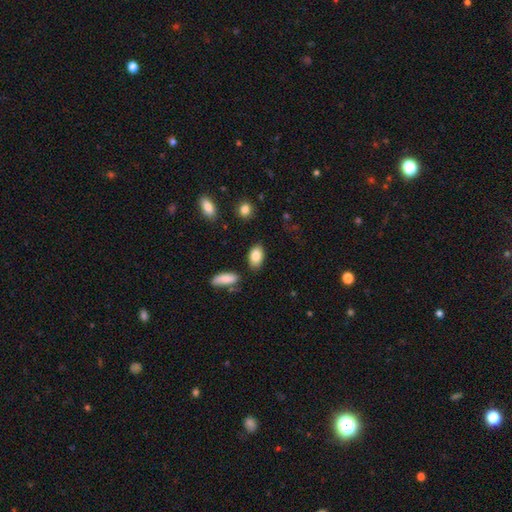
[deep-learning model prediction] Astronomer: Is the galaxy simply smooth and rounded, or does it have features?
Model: smooth — 86%.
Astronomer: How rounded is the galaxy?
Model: in between — 92%.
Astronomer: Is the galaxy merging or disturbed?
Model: none — 82%.